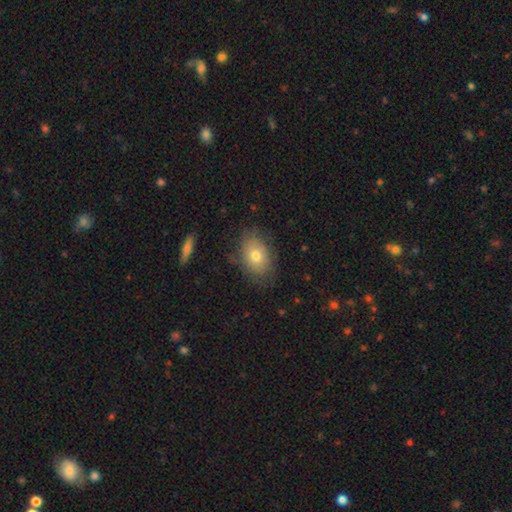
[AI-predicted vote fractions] Smooth or featured: smooth — 70% (featured or disk — 21%)
How rounded: in between — 80% (round — 18%)
Merging: none — 77% (minor disturbance — 17%)